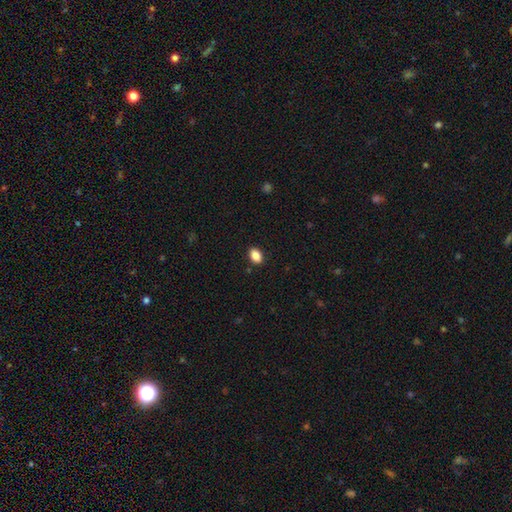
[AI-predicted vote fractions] smooth-or-featured: smooth: 88% | star or artifact: 8% | featured or disk: 4%
  how-rounded: in between: 84% | round: 14% | cigar-shaped: 1%
  merging: none: 89% | minor disturbance: 8% | major disturbance: 2% | merger: 1%